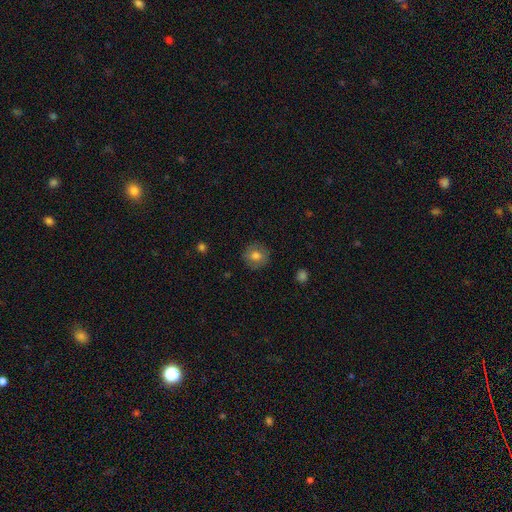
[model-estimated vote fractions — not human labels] A smooth galaxy with no disk features (77%) that is round (90%).

Vote fractions:
- Smooth or featured? smooth: 77% / featured or disk: 14% / star or artifact: 9%
- How rounded? round: 90% / in between: 9% / cigar-shaped: 1%
- Merging? none: 88% / minor disturbance: 9% / major disturbance: 2% / merger: 1%